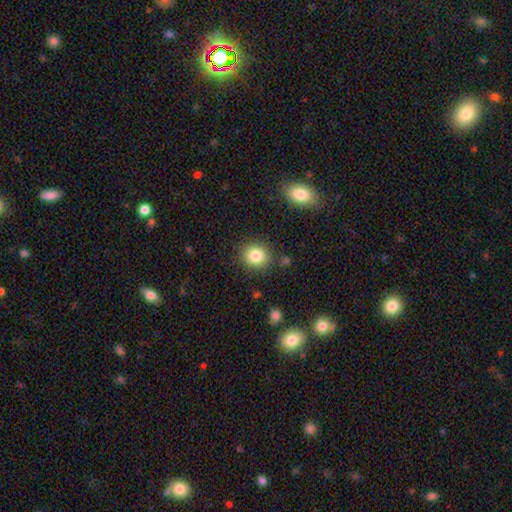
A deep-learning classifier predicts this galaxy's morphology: type=smooth (83%); roundness=round (81%); merging=none (85%).